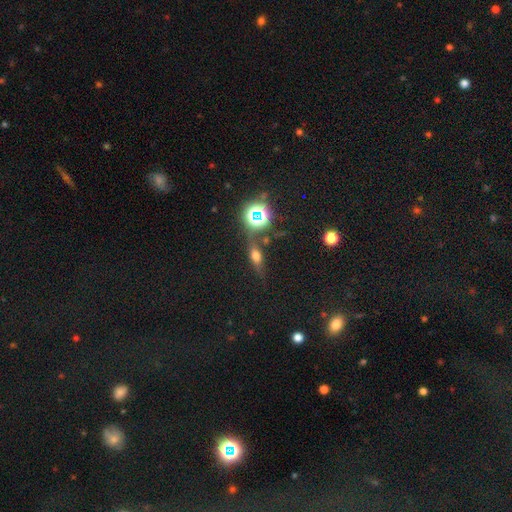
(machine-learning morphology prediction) smooth 47%, star or artifact 27%, featured or disk 26%. Down the decision tree: merging — none (68%).